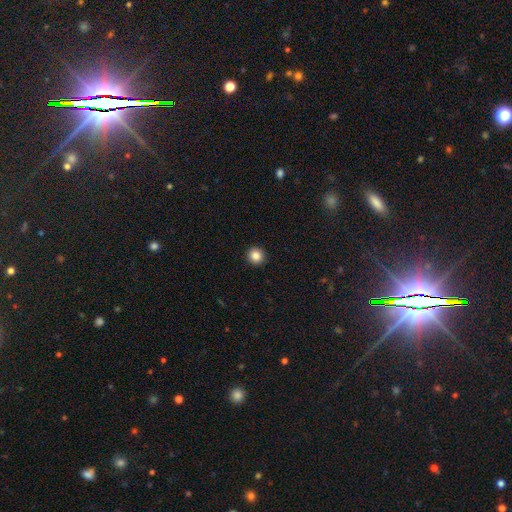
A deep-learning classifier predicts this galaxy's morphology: Smooth or featured?
  - smooth: 86% *
  - star or artifact: 10%
  - featured or disk: 4%
How rounded?
  - round: 94% *
  - in between: 5%
  - cigar-shaped: 1%
Merging?
  - none: 93% *
  - minor disturbance: 4%
  - major disturbance: 1%
  - merger: 1%